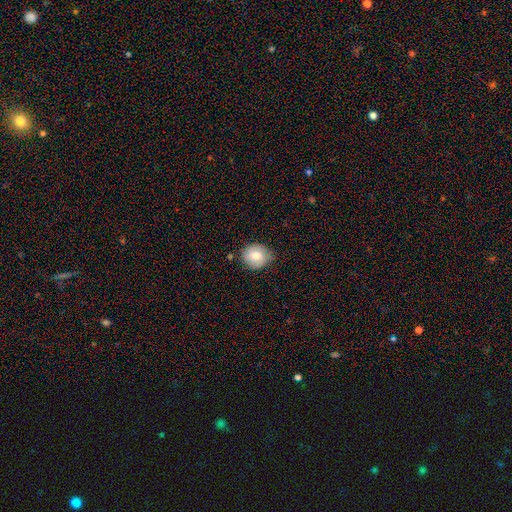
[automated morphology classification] Smooth or featured: smooth — 78% (featured or disk — 14%)
How rounded: round — 78% (in between — 21%)
Merging: none — 69% (minor disturbance — 25%)